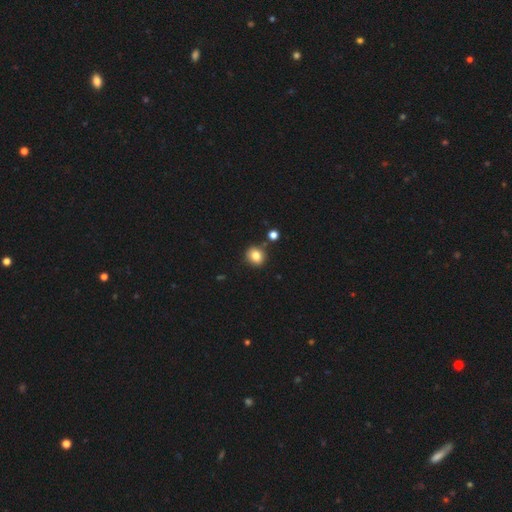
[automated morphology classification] A smooth galaxy with no disk features (82%) that is round (82%). Merging: none (82%).